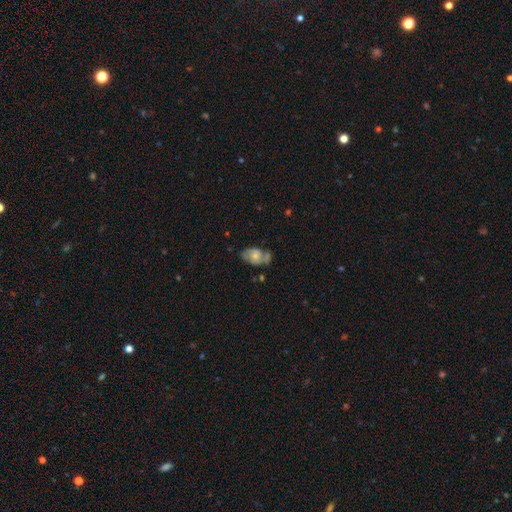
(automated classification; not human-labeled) Q: Smooth or featured?
A: smooth (47%); runner-up: featured or disk (45%)
Q: Merging?
A: none (44%); runner-up: minor disturbance (29%)